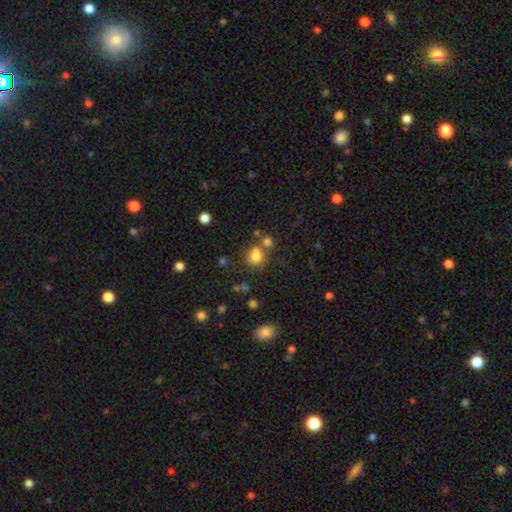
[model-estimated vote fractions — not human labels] A smooth galaxy with no disk features (78%) that is round (66%).

Vote fractions:
- Smooth or featured? smooth: 78% / star or artifact: 14% / featured or disk: 8%
- How rounded? round: 66% / in between: 33% / cigar-shaped: 1%
- Merging? none: 56% / merger: 24% / minor disturbance: 14% / major disturbance: 6%